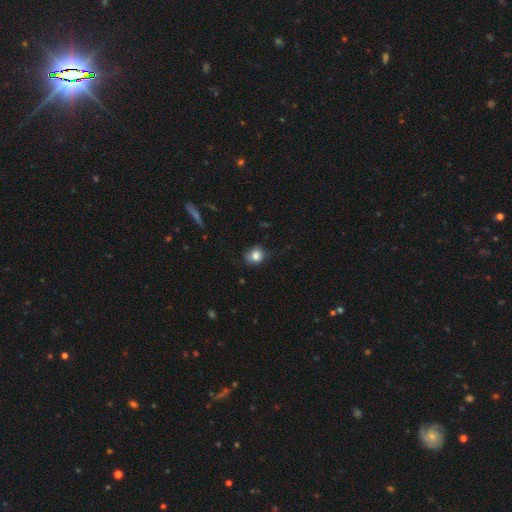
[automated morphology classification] smooth 82%, star or artifact 10%, featured or disk 8%. Down the decision tree: how rounded — round (68%); merging — none (62%).